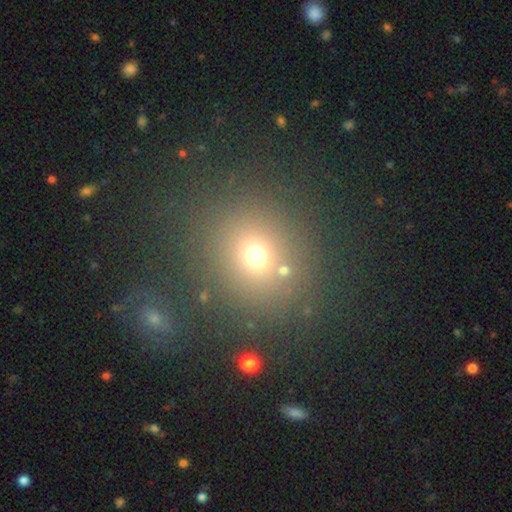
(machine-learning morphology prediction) This is likely a smooth galaxy (67%). How rounded: likely round (80%). Merging: likely none (79%).